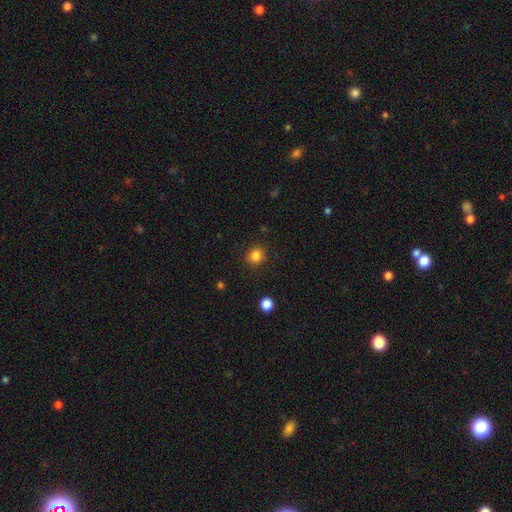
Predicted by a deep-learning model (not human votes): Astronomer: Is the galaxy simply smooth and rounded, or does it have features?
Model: smooth — 84%.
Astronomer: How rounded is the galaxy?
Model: round — 79%.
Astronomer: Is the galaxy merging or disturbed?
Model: none — 88%.